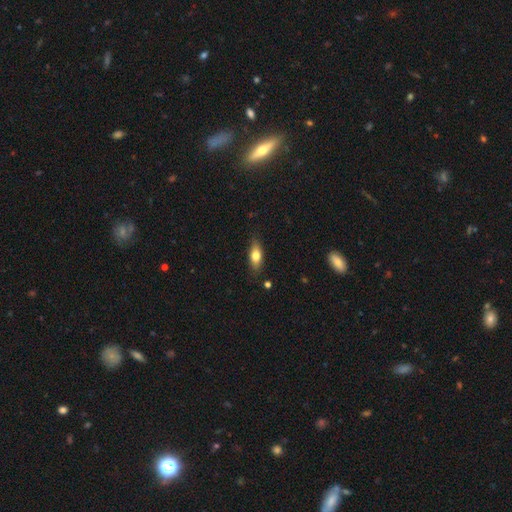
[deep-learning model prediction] smooth_or_featured: smooth (p=0.72) [alt: featured or disk p=0.21]
how_rounded: in between (p=0.75) [alt: cigar-shaped p=0.21]
merging: none (p=0.82) [alt: minor disturbance p=0.14]